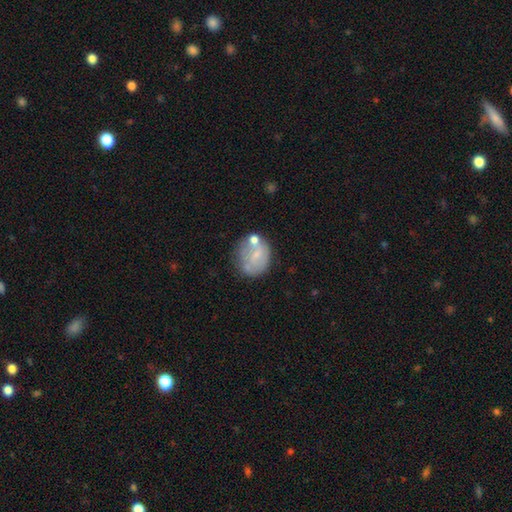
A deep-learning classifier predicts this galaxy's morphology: A smooth galaxy with no disk features (52%) that is round (64%). Merging: none (49%).